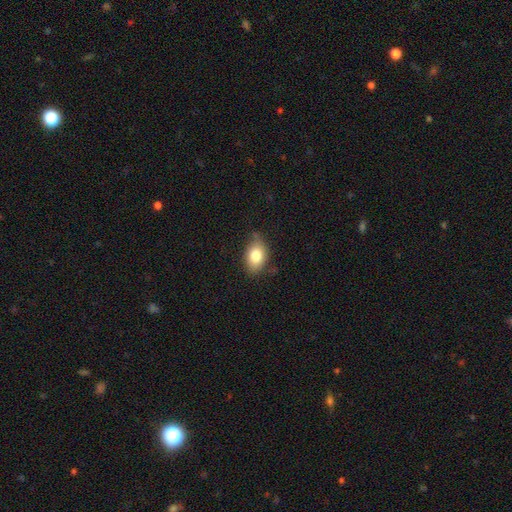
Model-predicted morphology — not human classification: Smooth or featured: smooth — 81% (featured or disk — 11%)
How rounded: in between — 83% (round — 16%)
Merging: none — 73% (minor disturbance — 21%)